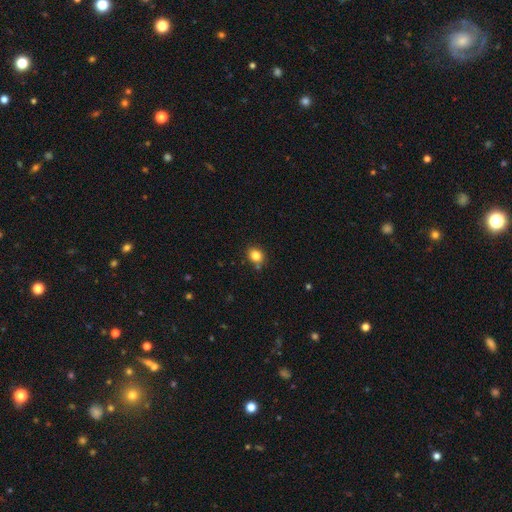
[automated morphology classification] Smooth or featured?
  - smooth: 83% *
  - star or artifact: 11%
  - featured or disk: 6%
How rounded?
  - round: 61% *
  - in between: 38%
  - cigar-shaped: 1%
Merging?
  - none: 79% *
  - minor disturbance: 13%
  - merger: 6%
  - major disturbance: 3%